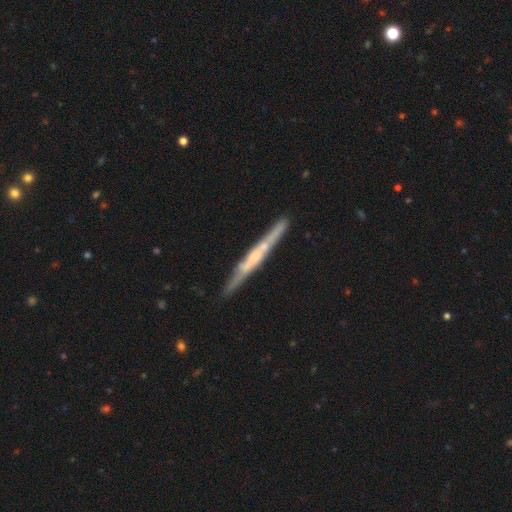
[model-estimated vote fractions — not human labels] smooth_or_featured: featured or disk (p=0.70) [alt: smooth p=0.25]
disk_edge_on: yes (p=0.95) [alt: no p=0.05]
edge_on_bulge: none (p=0.47) [alt: rounded p=0.34]
merging: none (p=0.84) [alt: minor disturbance p=0.12]